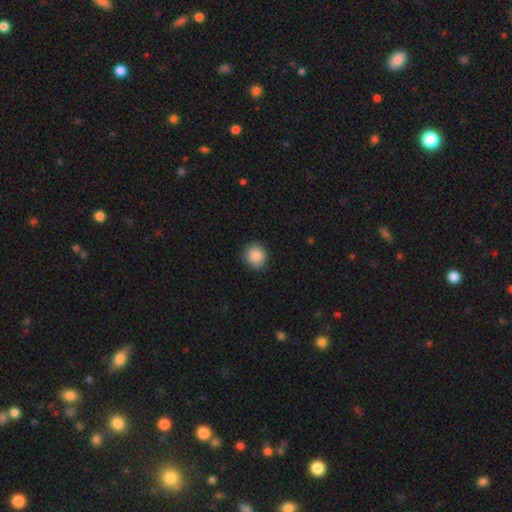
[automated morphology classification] Smooth or featured? smooth (89%)
How rounded? round (81%)
Merging? none (88%)